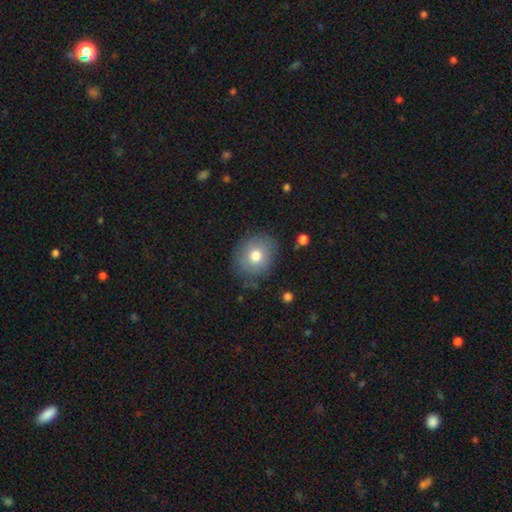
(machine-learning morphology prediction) This appears to be a smooth galaxy with no disk features (74%) that is round (72%). Merging: none (81%).